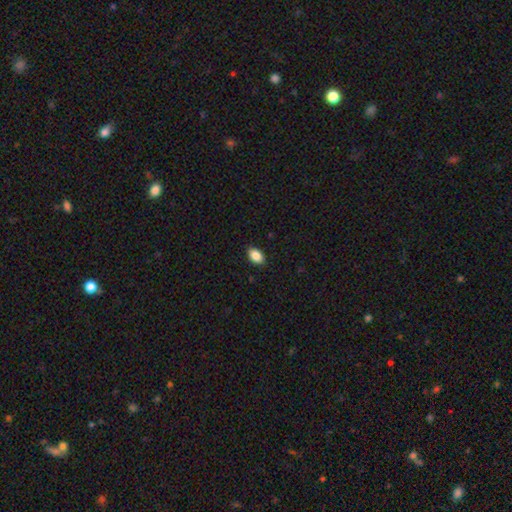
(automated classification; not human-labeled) Q: Smooth or featured?
A: smooth (87%); runner-up: star or artifact (8%)
Q: How rounded?
A: in between (89%); runner-up: round (10%)
Q: Merging?
A: none (89%); runner-up: minor disturbance (8%)